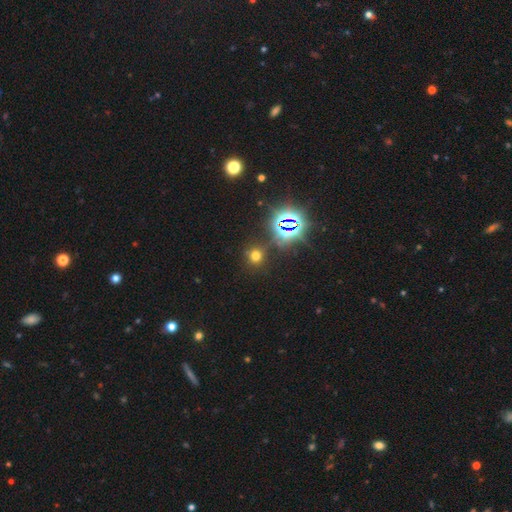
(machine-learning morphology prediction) smooth-or-featured: smooth: 55% | star or artifact: 38% | featured or disk: 7%
  how-rounded: round: 86% | in between: 13% | cigar-shaped: 1%
  merging: none: 82% | minor disturbance: 10% | major disturbance: 4% | merger: 4%